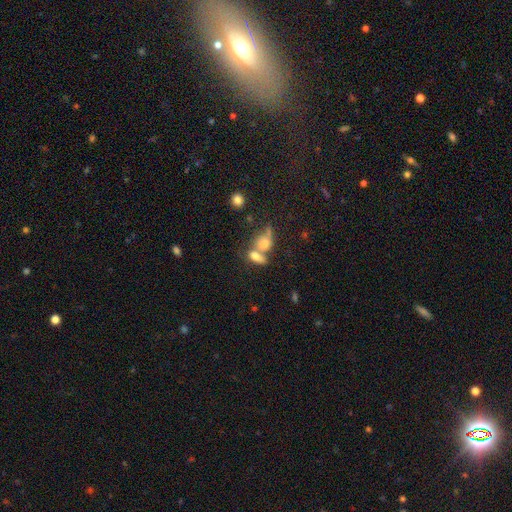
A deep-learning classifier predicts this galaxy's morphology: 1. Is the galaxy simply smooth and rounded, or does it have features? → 71% smooth, 17% featured or disk, 11% star or artifact.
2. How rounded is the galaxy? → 69% in between, 23% round, 9% cigar-shaped.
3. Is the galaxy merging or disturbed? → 56% merger, 28% none, 9% minor disturbance, 7% major disturbance.